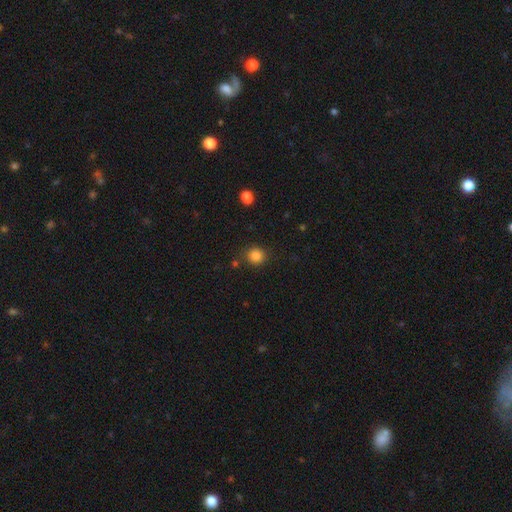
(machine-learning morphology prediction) smooth-or-featured: smooth: 85% | star or artifact: 11% | featured or disk: 4%
  how-rounded: round: 88% | in between: 11% | cigar-shaped: 1%
  merging: none: 84% | minor disturbance: 10% | major disturbance: 3% | merger: 3%